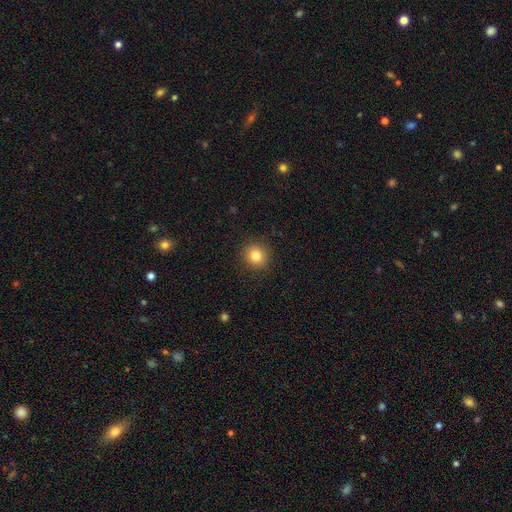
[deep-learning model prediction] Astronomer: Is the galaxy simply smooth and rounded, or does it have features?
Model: smooth — 81%.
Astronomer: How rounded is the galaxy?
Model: round — 89%.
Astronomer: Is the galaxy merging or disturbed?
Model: none — 91%.